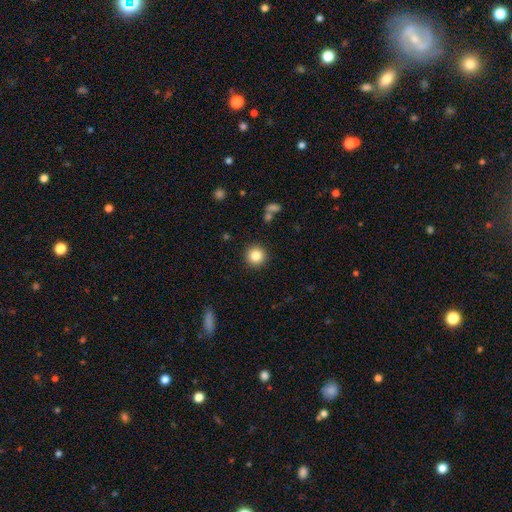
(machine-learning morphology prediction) A smooth galaxy with no disk features (83%) that is round (95%). Merging: none (91%).